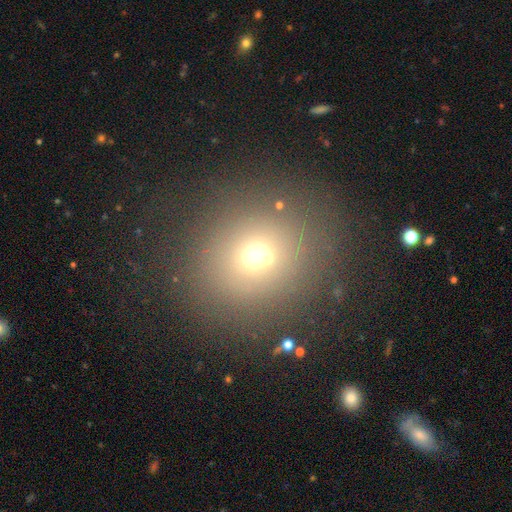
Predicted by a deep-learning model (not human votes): Morphology: type=smooth (62%); roundness=round (83%); merging=none (67%).